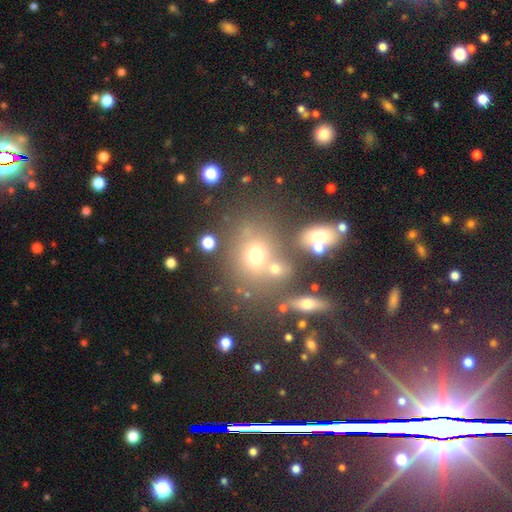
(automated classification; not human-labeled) smooth-or-featured: smooth: 62% | star or artifact: 20% | featured or disk: 17%
  how-rounded: round: 65% | in between: 33% | cigar-shaped: 2%
  merging: none: 57% | merger: 24% | minor disturbance: 12% | major disturbance: 7%